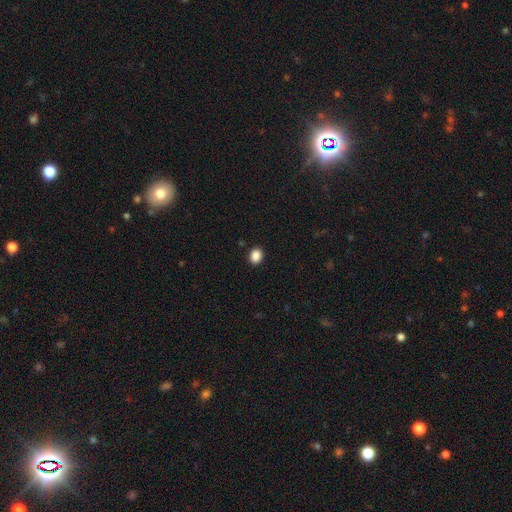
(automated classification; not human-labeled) This is clearly a smooth galaxy (88%). How rounded: possibly round (52%). Merging: clearly none (90%).